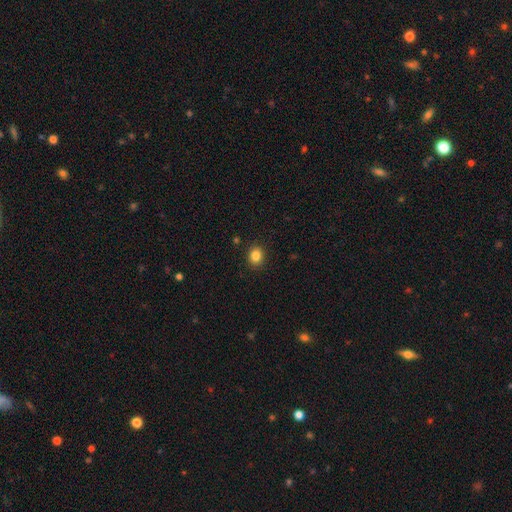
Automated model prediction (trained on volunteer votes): Q: Smooth or featured?
A: smooth (84%); runner-up: star or artifact (11%)
Q: How rounded?
A: round (67%); runner-up: in between (32%)
Q: Merging?
A: none (90%); runner-up: minor disturbance (7%)